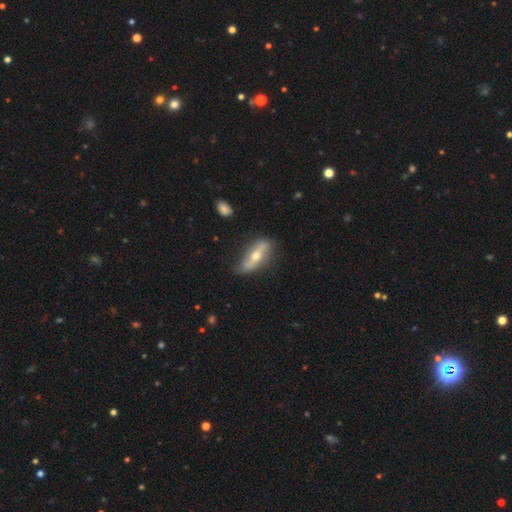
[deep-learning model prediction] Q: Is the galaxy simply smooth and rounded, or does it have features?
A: featured or disk — 64%.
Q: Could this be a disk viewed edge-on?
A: no — 55%.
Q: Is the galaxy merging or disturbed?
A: none — 69%.